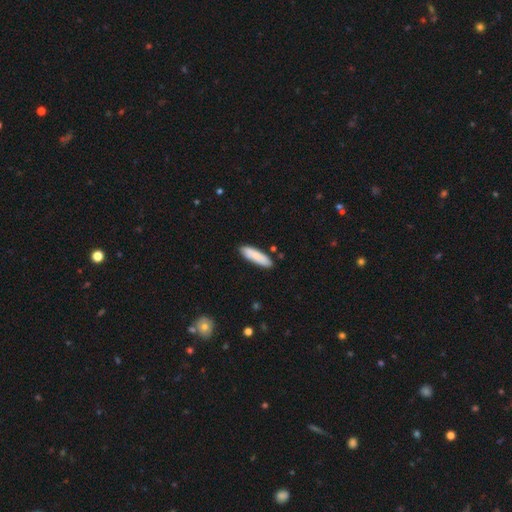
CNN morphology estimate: smooth-or-featured: smooth: 84% | featured or disk: 10% | star or artifact: 6%
  how-rounded: cigar-shaped: 64% | in between: 35% | round: 1%
  merging: none: 84% | minor disturbance: 12% | merger: 3% | major disturbance: 2%